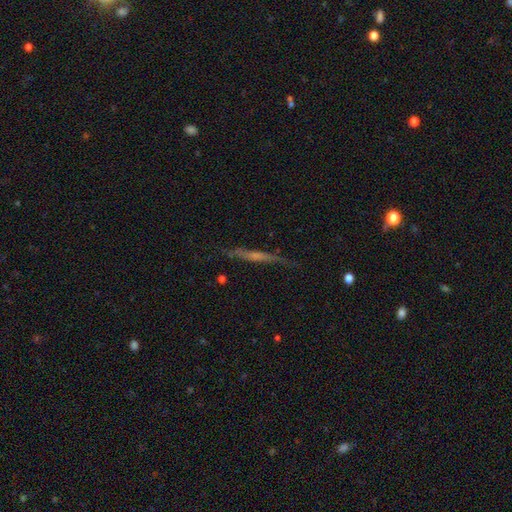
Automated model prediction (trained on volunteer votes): Overall: featured or disk (61%; smooth 30%). Edge-on disk: yes (94%). Edge-on bulge: none (57%; rounded 31%). Merging: none (78%).